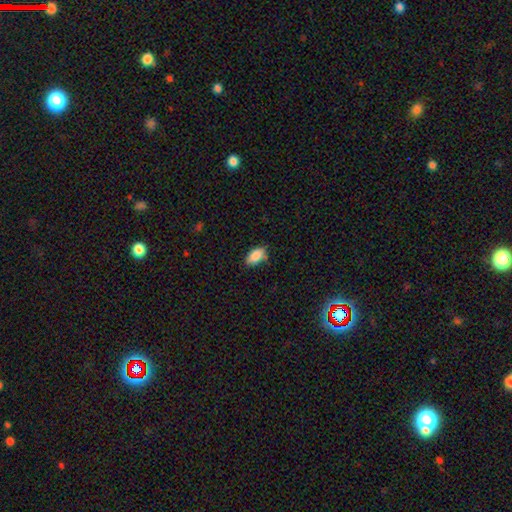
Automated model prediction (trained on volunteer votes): A smooth galaxy with no disk features (87%) that is in between round and cigar-shaped (92%).

Vote fractions:
- Smooth or featured? smooth: 87% / star or artifact: 7% / featured or disk: 6%
- How rounded? in between: 92% / cigar-shaped: 4% / round: 4%
- Merging? none: 76% / minor disturbance: 19% / major disturbance: 3% / merger: 3%